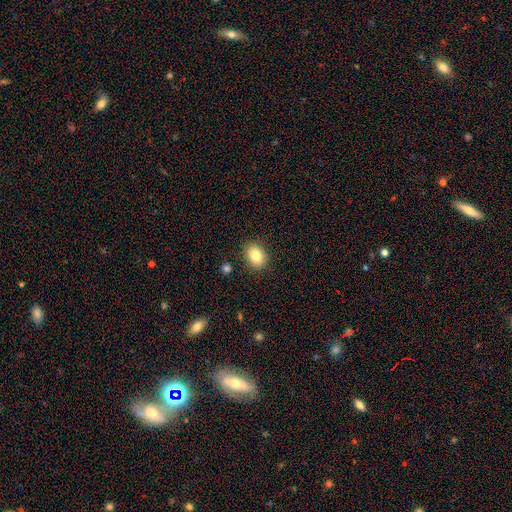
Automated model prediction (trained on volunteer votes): Smooth or featured? smooth (82%)
How rounded? in between (58%)
Merging? none (87%)